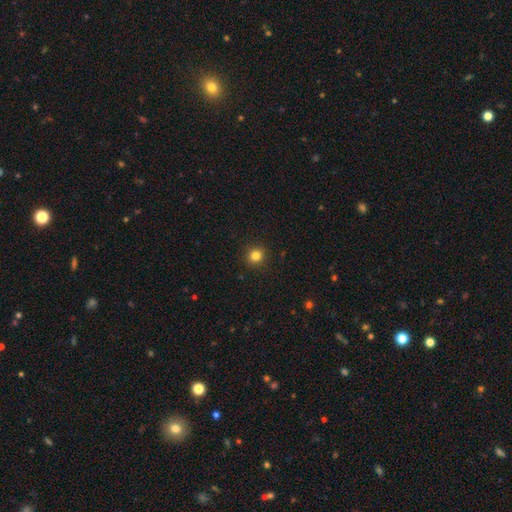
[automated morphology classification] smooth_or_featured: smooth (p=0.82) [alt: star or artifact p=0.13]
how_rounded: round (p=0.91) [alt: in between p=0.08]
merging: none (p=0.92) [alt: minor disturbance p=0.05]